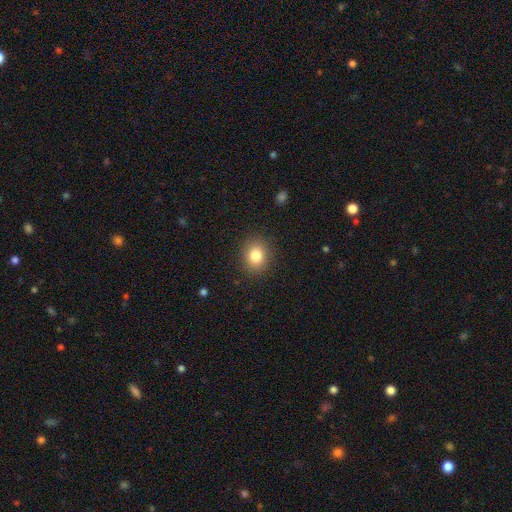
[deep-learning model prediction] This is clearly a smooth galaxy (82%). How rounded: likely round (71%). Merging: clearly none (89%).